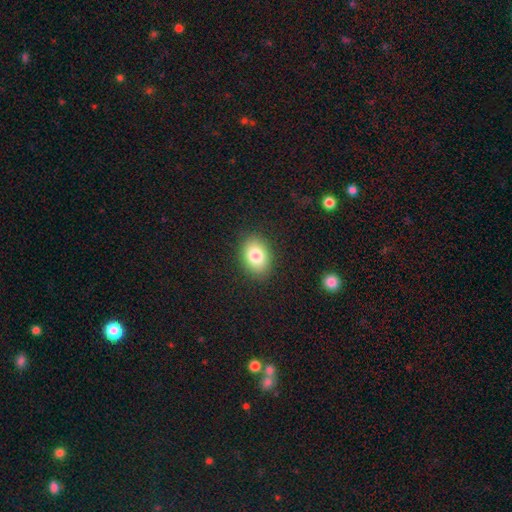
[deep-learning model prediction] Smooth or featured? smooth (81%)
How rounded? in between (78%)
Merging? none (88%)